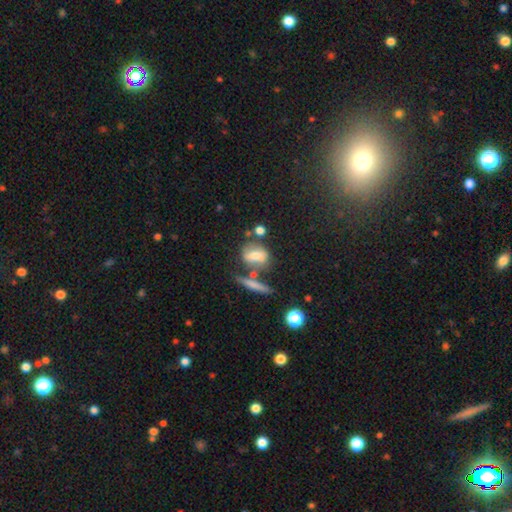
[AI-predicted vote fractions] A smooth galaxy with no disk features (55%) that is in between round and cigar-shaped (53%).

Vote fractions:
- Smooth or featured? smooth: 55% / featured or disk: 32% / star or artifact: 13%
- How rounded? in between: 53% / round: 37% / cigar-shaped: 10%
- Merging? none: 51% / merger: 21% / minor disturbance: 18% / major disturbance: 10%